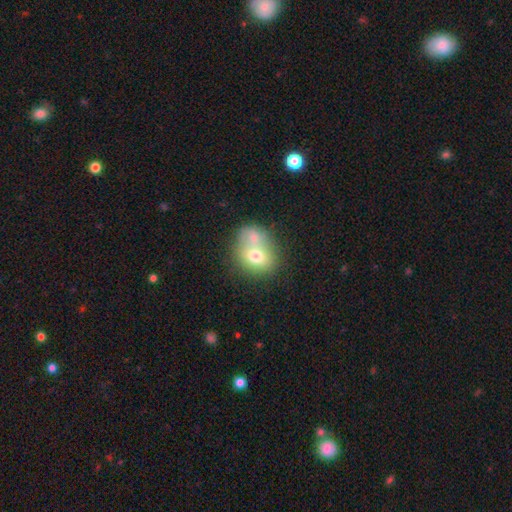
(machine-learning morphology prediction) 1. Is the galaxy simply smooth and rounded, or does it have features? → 70% smooth, 21% featured or disk, 9% star or artifact.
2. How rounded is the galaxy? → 59% round, 40% in between, 1% cigar-shaped.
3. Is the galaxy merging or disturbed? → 55% merger, 29% none, 11% minor disturbance, 5% major disturbance.